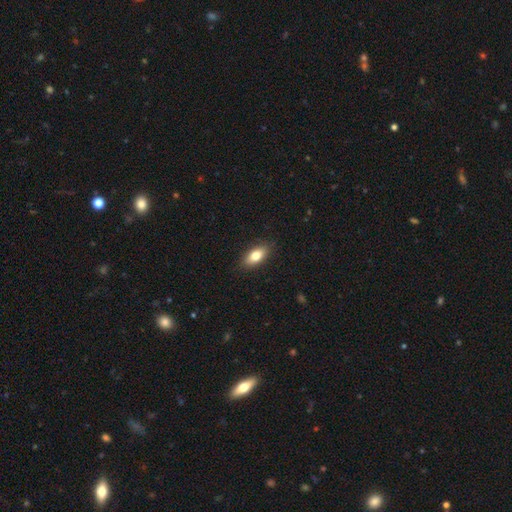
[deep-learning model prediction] The model was most divided on "smooth or featured": smooth: 79%, featured or disk: 14%, star or artifact: 7%. More confident: merging — none (88%); how rounded — in between (86%).